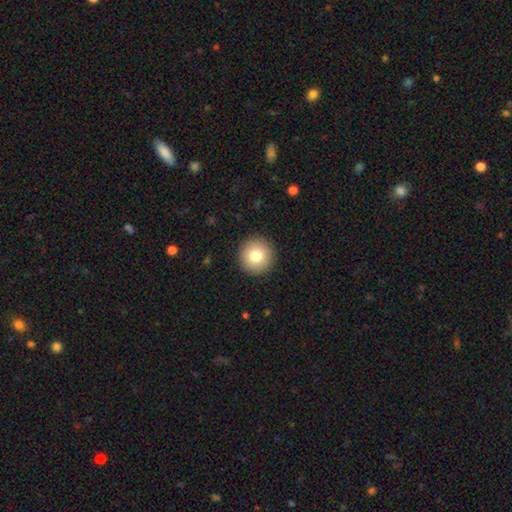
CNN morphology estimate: Overall: smooth (79%). How rounded: round (96%). Merging: none (93%).